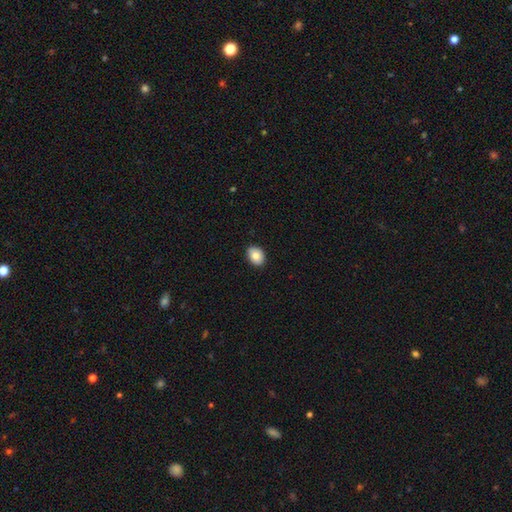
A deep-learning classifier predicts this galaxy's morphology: smooth-or-featured: smooth: 80% | featured or disk: 12% | star or artifact: 8%
  how-rounded: in between: 72% | round: 27% | cigar-shaped: 1%
  merging: none: 89% | minor disturbance: 8% | major disturbance: 2% | merger: 1%